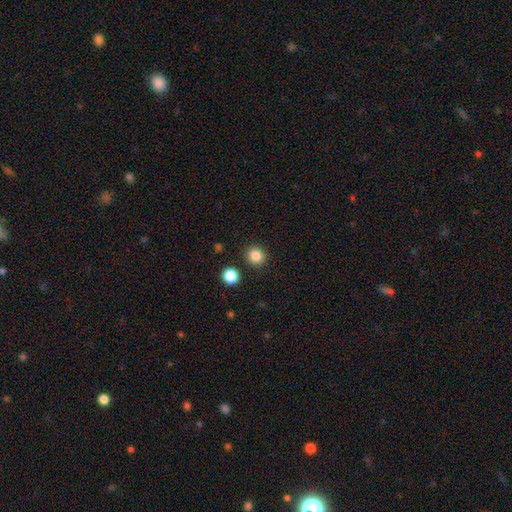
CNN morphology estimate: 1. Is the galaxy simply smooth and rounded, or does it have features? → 85% smooth, 11% star or artifact, 4% featured or disk.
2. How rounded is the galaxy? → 87% round, 12% in between, 1% cigar-shaped.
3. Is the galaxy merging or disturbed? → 89% none, 6% minor disturbance, 3% merger, 2% major disturbance.